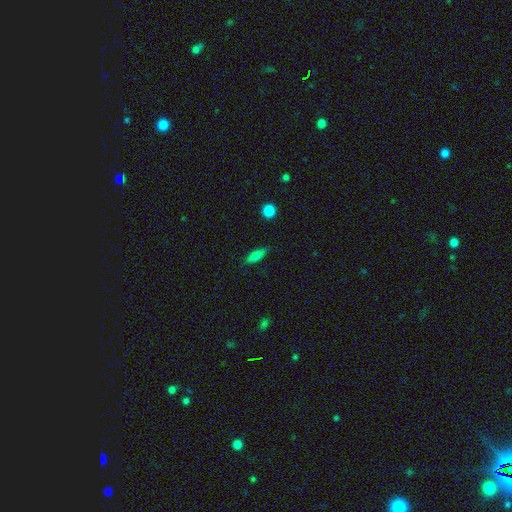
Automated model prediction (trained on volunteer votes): A smooth galaxy with no disk features (74%) that is in between round and cigar-shaped (58%). Merging: none (82%).